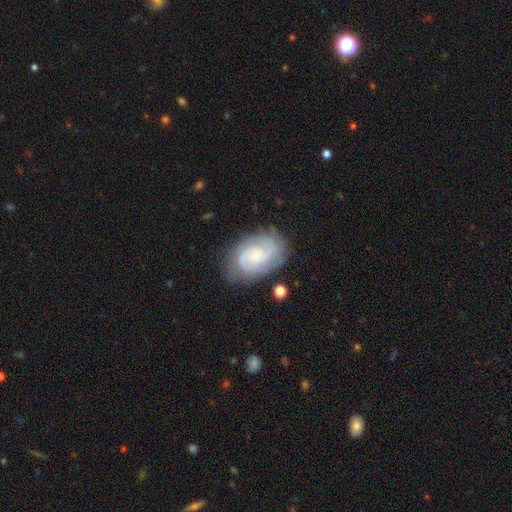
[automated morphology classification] Smooth or featured: featured or disk — 73% (smooth — 20%)
Edge-on disk: no — 97% (yes — 3%)
Bar: no — 63% (weak — 33%)
Spiral arms: yes — 94% (no — 6%)
Spiral winding: tight — 49% (medium — 39%)
Spiral arm count: 2 — 56% (can't tell — 23%)
Bulge size: small — 60% (moderate — 19%)
Merging: none — 74% (minor disturbance — 17%)